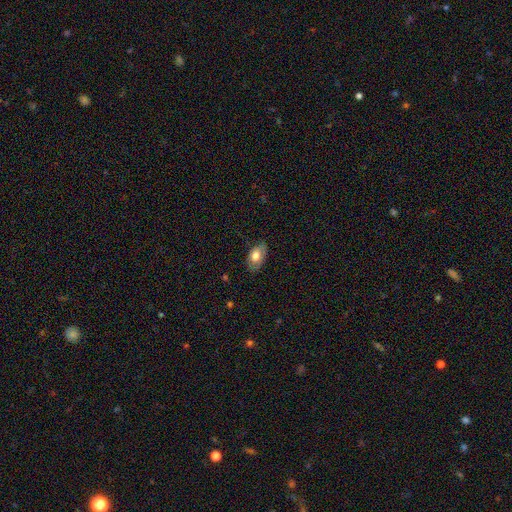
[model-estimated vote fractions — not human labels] smooth-or-featured: smooth: 70% | featured or disk: 23% | star or artifact: 7%
  how-rounded: in between: 91% | round: 7% | cigar-shaped: 2%
  merging: none: 76% | minor disturbance: 19% | major disturbance: 4% | merger: 1%